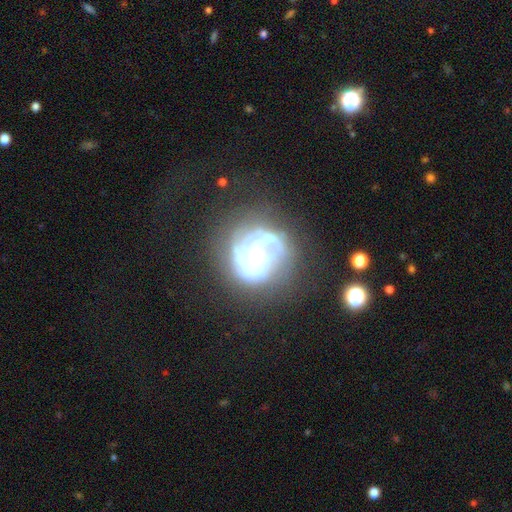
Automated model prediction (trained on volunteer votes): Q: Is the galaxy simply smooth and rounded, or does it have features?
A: featured or disk — 76%.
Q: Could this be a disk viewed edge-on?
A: no — 97%.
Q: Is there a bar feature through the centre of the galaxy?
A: no — 70%.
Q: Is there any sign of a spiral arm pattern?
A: yes — 66%.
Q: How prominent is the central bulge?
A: small — 49%.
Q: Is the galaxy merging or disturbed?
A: none — 53%.